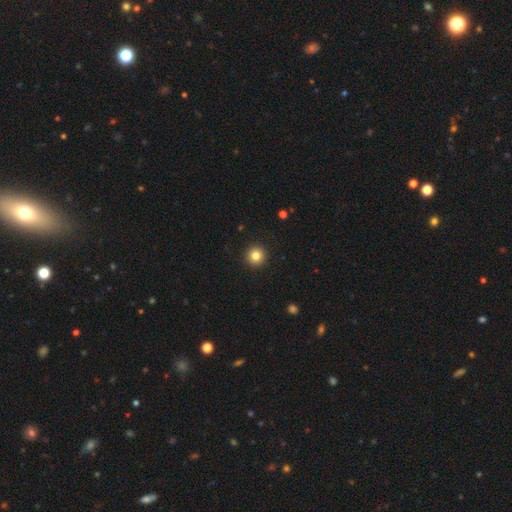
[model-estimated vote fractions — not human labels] A smooth galaxy with no disk features (83%) that is round (96%).

Vote fractions:
- Smooth or featured? smooth: 83% / star or artifact: 11% / featured or disk: 6%
- How rounded? round: 96% / in between: 3% / cigar-shaped: 1%
- Merging? none: 93% / minor disturbance: 4% / major disturbance: 2% / merger: 1%